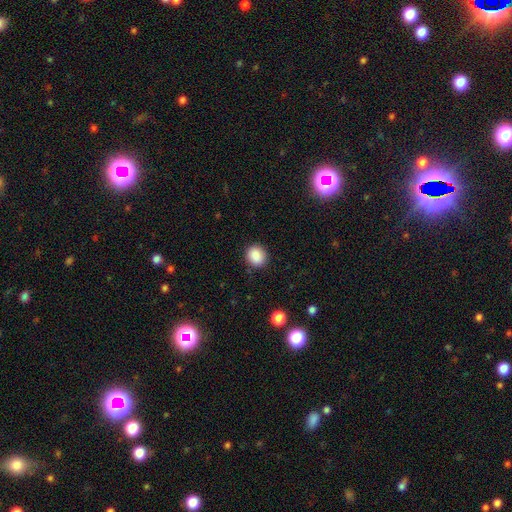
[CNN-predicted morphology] Overall: smooth (88%). How rounded: round (73%). Merging: none (88%).